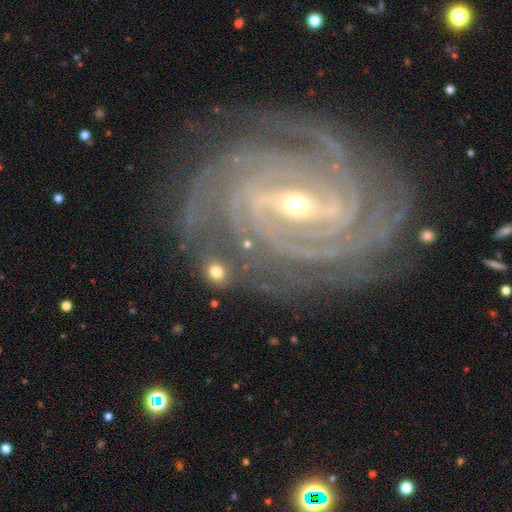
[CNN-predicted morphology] smooth_or_featured: featured or disk (p=0.93) [alt: star or artifact p=0.04]
disk_edge_on: no (p=0.97) [alt: yes p=0.03]
bar: strong (p=0.57) [alt: weak p=0.33]
has_spiral_arms: yes (p=0.99) [alt: no p=0.01]
spiral_winding: tight (p=0.79) [alt: medium p=0.18]
spiral_arm_count: 4 (p=0.39) [alt: 3 p=0.18]
bulge_size: small (p=0.63) [alt: moderate p=0.34]
merging: none (p=0.82) [alt: minor disturbance p=0.13]